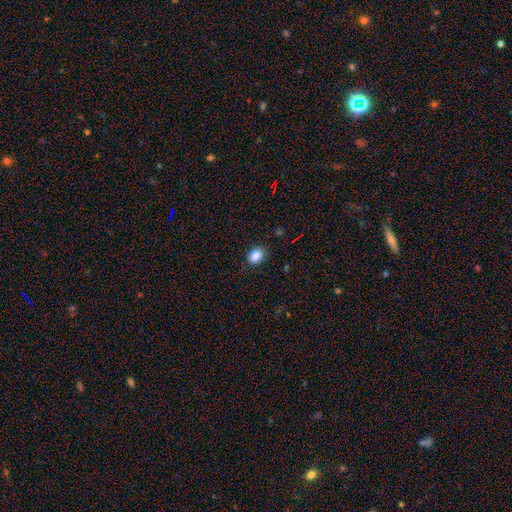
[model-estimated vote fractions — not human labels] Smooth or featured: smooth — 86% (star or artifact — 9%)
How rounded: in between — 57% (round — 42%)
Merging: none — 83% (minor disturbance — 13%)